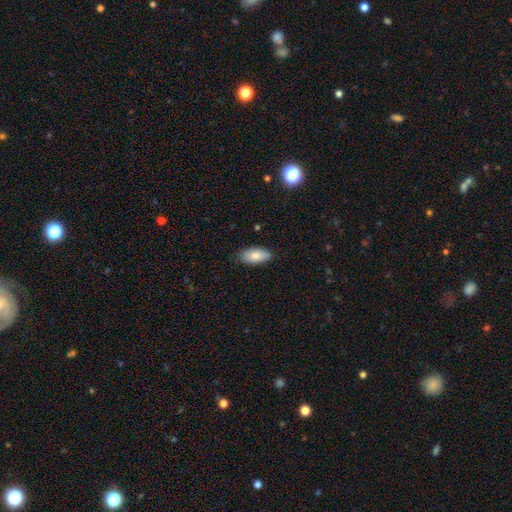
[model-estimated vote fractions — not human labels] smooth-or-featured: smooth: 83% | featured or disk: 11% | star or artifact: 7%
  how-rounded: in between: 90% | cigar-shaped: 7% | round: 2%
  merging: none: 84% | minor disturbance: 13% | major disturbance: 2% | merger: 1%